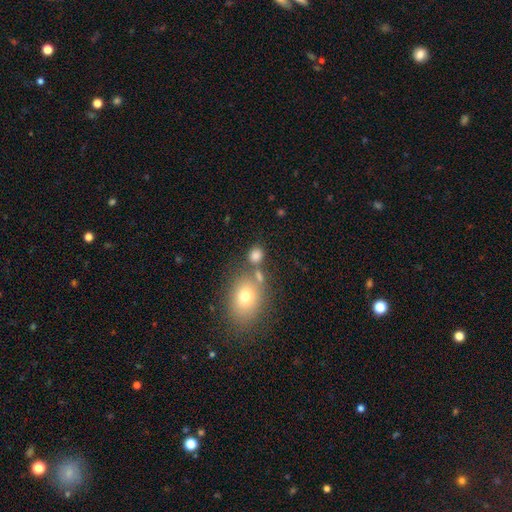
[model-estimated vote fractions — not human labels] smooth-or-featured: smooth: 79% | star or artifact: 13% | featured or disk: 8%
  how-rounded: round: 65% | in between: 34% | cigar-shaped: 1%
  merging: none: 63% | merger: 20% | minor disturbance: 11% | major disturbance: 6%